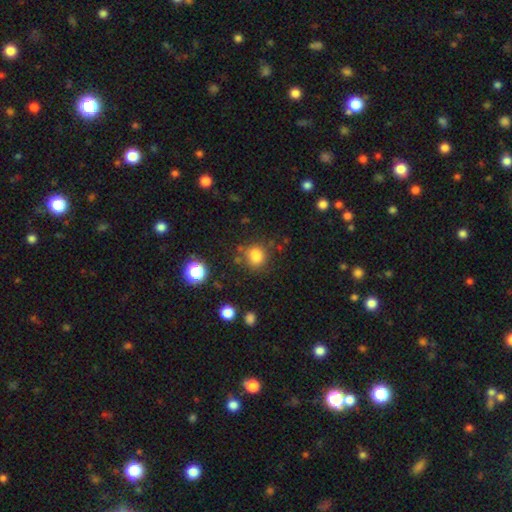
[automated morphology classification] The model was most divided on "how rounded": round: 72%, in between: 27%, cigar-shaped: 1%. More confident: smooth or featured — smooth (81%); merging — none (72%).